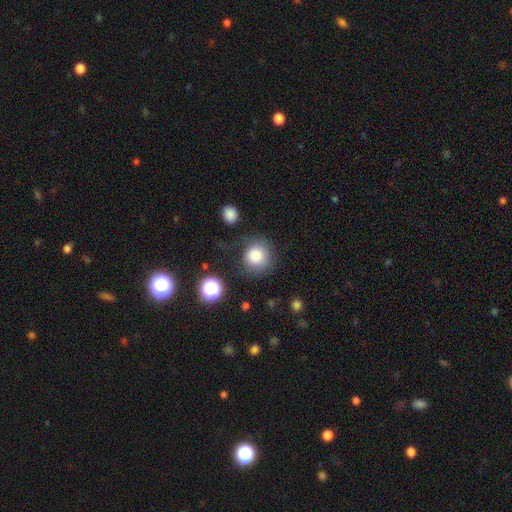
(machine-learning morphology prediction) smooth_or_featured: smooth (p=0.83) [alt: star or artifact p=0.10]
how_rounded: round (p=0.88) [alt: in between p=0.11]
merging: none (p=0.67) [alt: minor disturbance p=0.18]